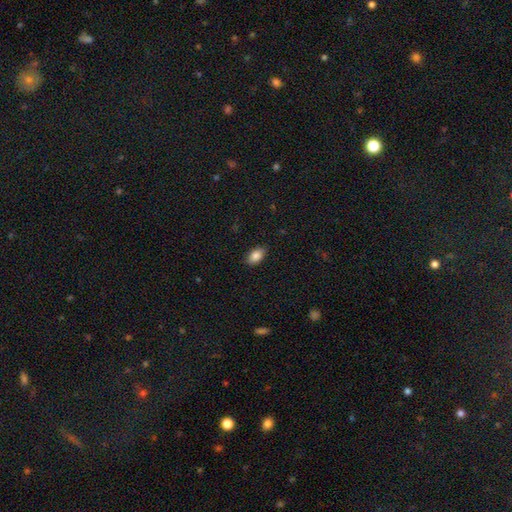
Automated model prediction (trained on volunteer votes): Overall: smooth (86%). How rounded: in between (90%). Merging: none (87%).